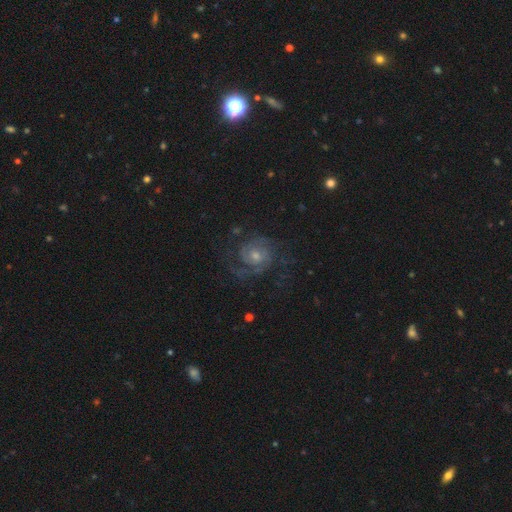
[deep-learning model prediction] The model was most divided on "bulge size" (2-way tie): moderate: 46%, small: 46%, large: 4%, none: 3%, dominant: 1%. Remaining: edge-on disk — no (98%); spiral arms — yes (96%); smooth or featured — featured or disk (83%); merging — none (71%); bar — no (67%); spiral arm count — 2 (65%); spiral winding — medium (44%).